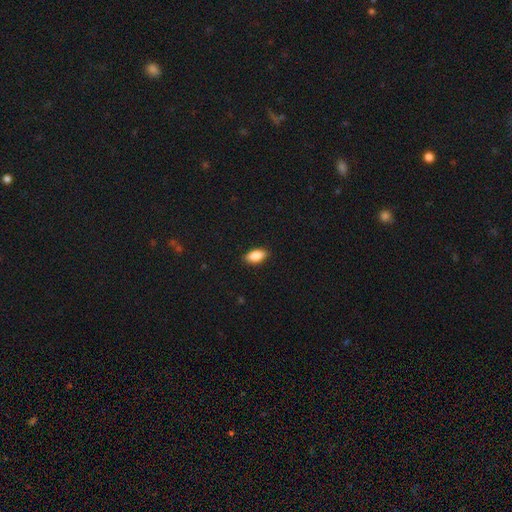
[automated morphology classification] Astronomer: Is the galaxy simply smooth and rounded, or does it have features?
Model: smooth — 88%.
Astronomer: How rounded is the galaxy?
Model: in between — 92%.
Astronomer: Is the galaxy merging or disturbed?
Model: none — 88%.